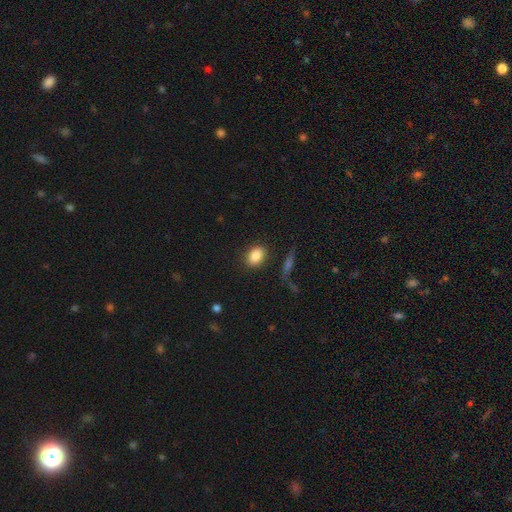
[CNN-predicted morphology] Smooth or featured?
  - smooth: 86% *
  - star or artifact: 8%
  - featured or disk: 6%
How rounded?
  - in between: 70% *
  - round: 28%
  - cigar-shaped: 2%
Merging?
  - none: 86% *
  - minor disturbance: 9%
  - major disturbance: 3%
  - merger: 3%